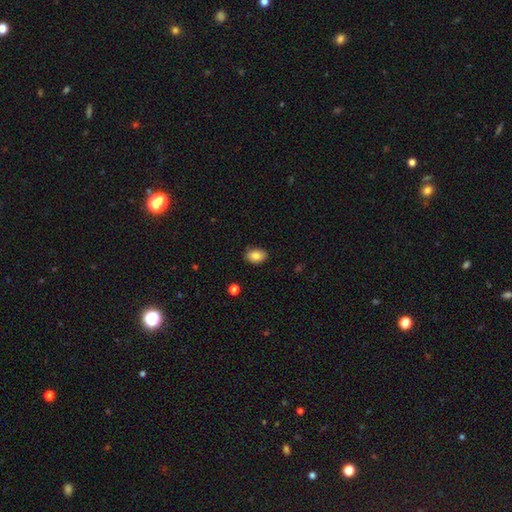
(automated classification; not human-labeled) This is clearly a smooth galaxy (85%). How rounded: clearly in between (85%). Merging: clearly none (86%).